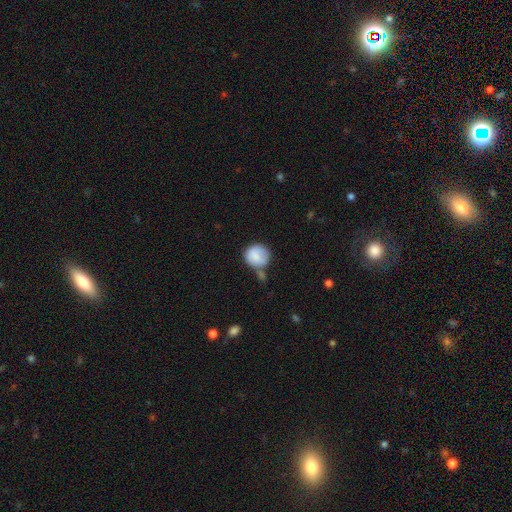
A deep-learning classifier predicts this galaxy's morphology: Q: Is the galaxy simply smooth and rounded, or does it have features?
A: smooth — 82%.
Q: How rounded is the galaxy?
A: round — 86%.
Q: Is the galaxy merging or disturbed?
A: none — 47%.